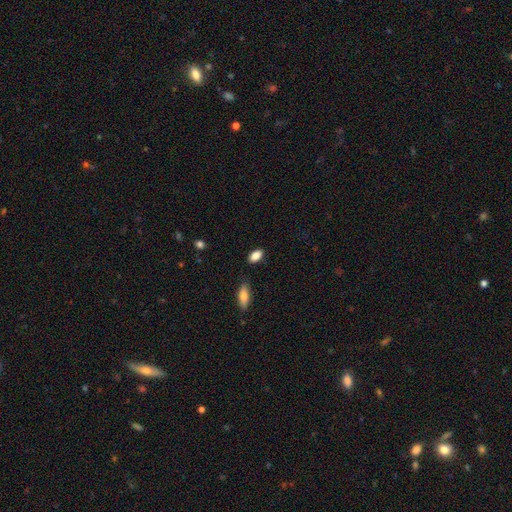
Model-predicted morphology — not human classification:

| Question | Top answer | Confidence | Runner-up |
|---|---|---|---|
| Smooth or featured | smooth | 86% | star or artifact (8%) |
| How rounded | in between | 89% | cigar-shaped (6%) |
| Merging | none | 84% | minor disturbance (11%) |